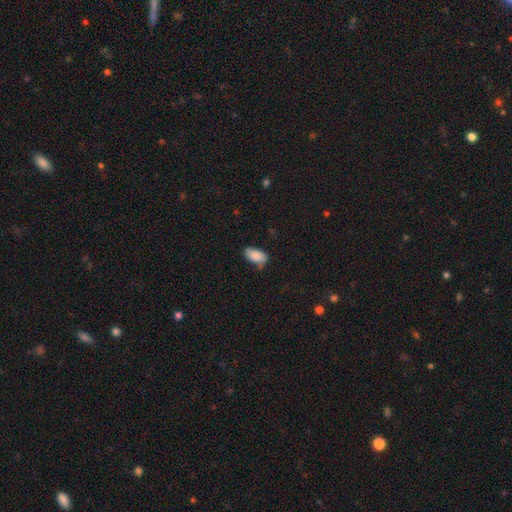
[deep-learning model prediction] Smooth or featured? Predicted: smooth (p=0.86). How rounded? Predicted: in between (p=0.94). Merging? Predicted: none (p=0.66).